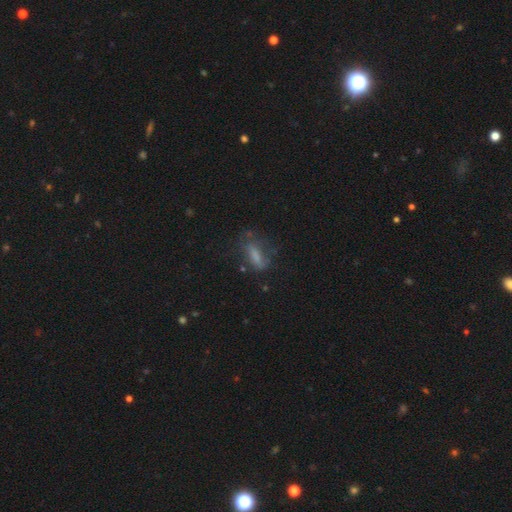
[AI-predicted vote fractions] Q: Smooth or featured?
A: smooth (59%); runner-up: featured or disk (29%)
Q: How rounded?
A: in between (57%); runner-up: cigar-shaped (39%)
Q: Merging?
A: none (47%); runner-up: minor disturbance (27%)